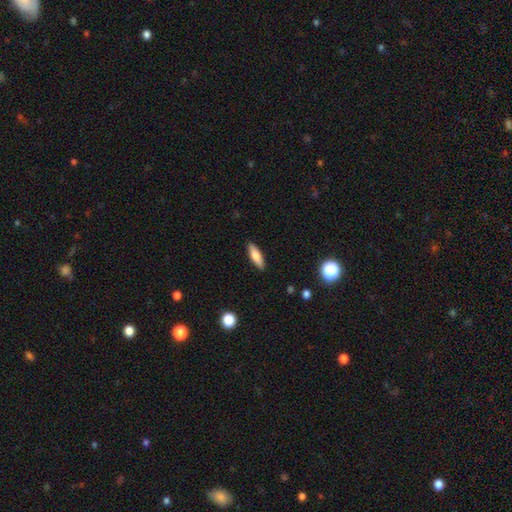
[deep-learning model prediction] Smooth or featured? Predicted: smooth (p=0.75). How rounded? Predicted: cigar-shaped (p=0.52). Merging? Predicted: none (p=0.89).